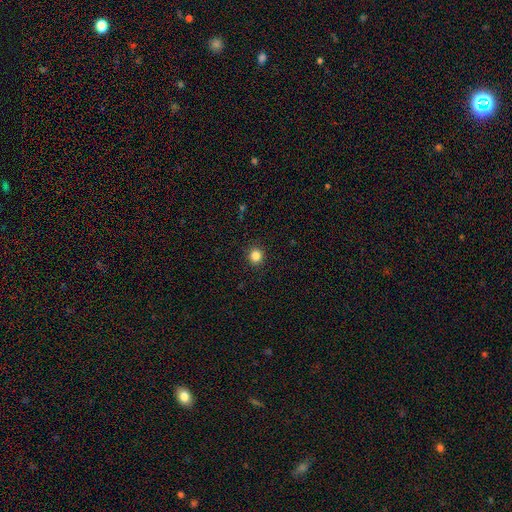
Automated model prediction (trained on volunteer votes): A smooth galaxy with no disk features (84%) that is round (91%). Merging: none (91%).